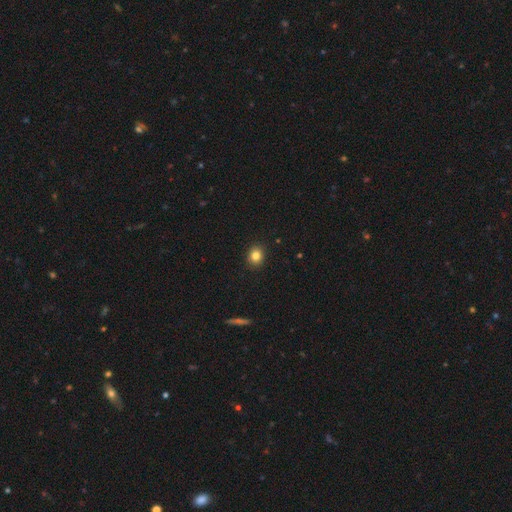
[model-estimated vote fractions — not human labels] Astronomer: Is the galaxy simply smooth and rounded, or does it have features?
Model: smooth — 83%.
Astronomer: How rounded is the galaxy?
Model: round — 69%.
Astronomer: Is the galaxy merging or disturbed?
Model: none — 91%.